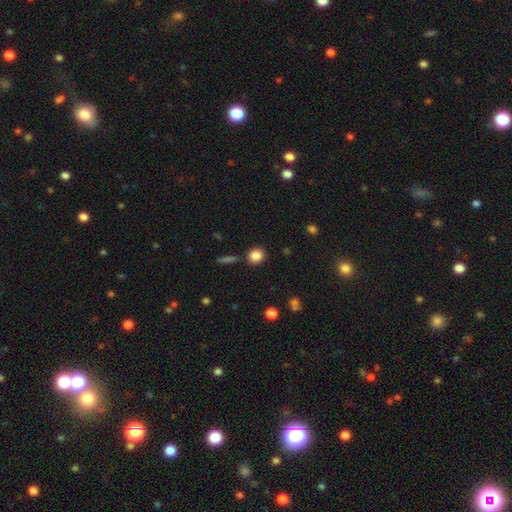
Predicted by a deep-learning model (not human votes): A smooth galaxy with no disk features (85%) that is round (80%). Merging: none (84%).